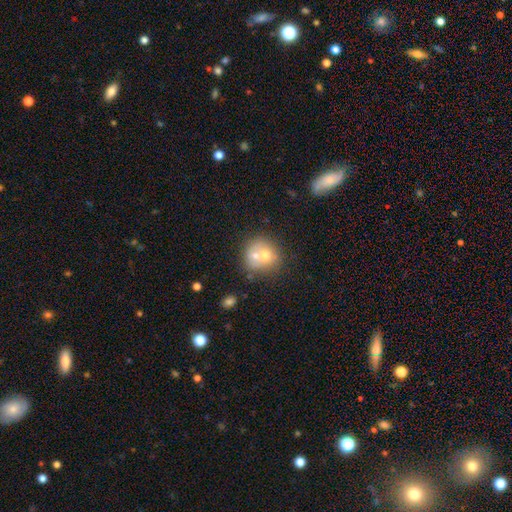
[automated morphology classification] A smooth galaxy with no disk features (60%) that is round (78%). Merging: merger (57%).